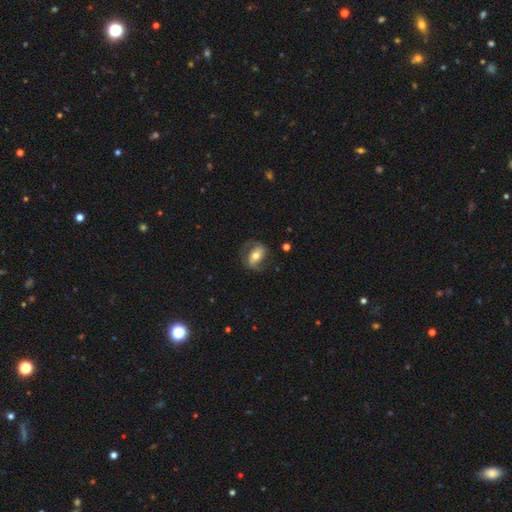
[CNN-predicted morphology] featured or disk 67%, smooth 26%, star or artifact 7%. Down the decision tree: edge-on disk — no (95%); bar — no (34%); spiral arms — yes (85%); spiral arm count — 2 (85%); spiral winding — medium (46%); bulge size — moderate (69%); merging — none (68%).